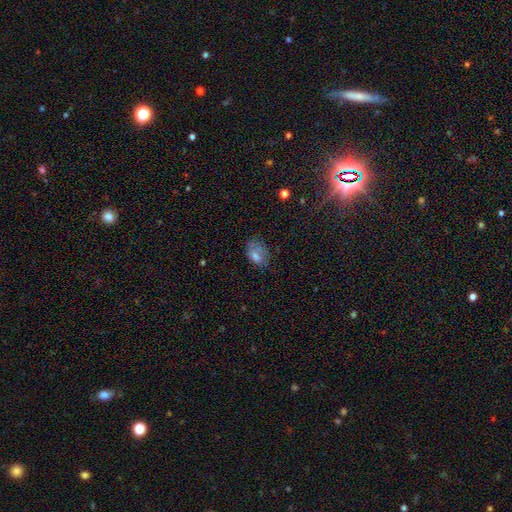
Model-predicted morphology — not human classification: Overall: smooth (53%; featured or disk 24%). How rounded: in between (81%). Merging: none (50%; minor disturbance 27%).